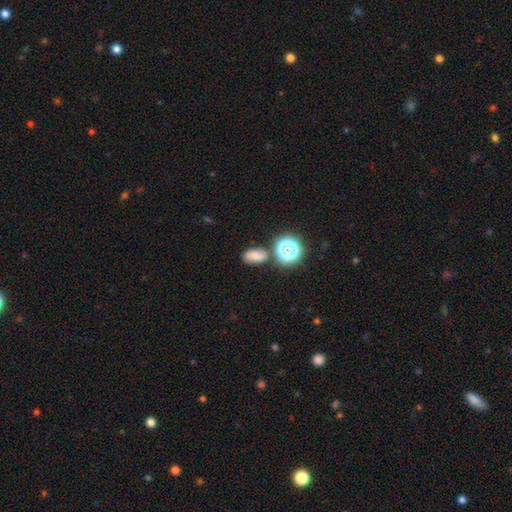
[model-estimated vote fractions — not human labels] Smooth or featured?
  - smooth: 75% *
  - star or artifact: 17%
  - featured or disk: 8%
How rounded?
  - in between: 77% *
  - round: 21%
  - cigar-shaped: 3%
Merging?
  - none: 71% *
  - minor disturbance: 14%
  - merger: 11%
  - major disturbance: 4%